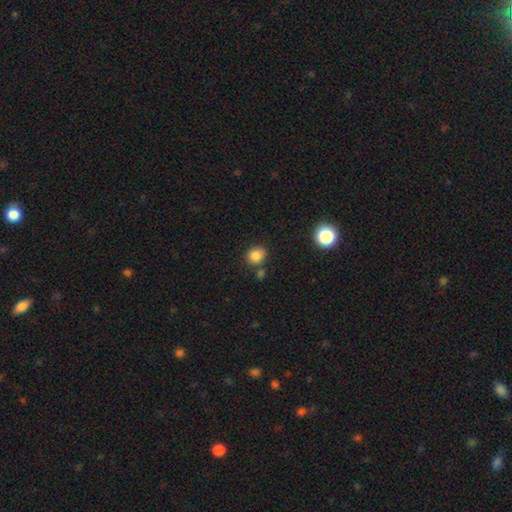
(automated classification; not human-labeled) Morphology: type=smooth (84%); roundness=round (70%); merging=none (75%).